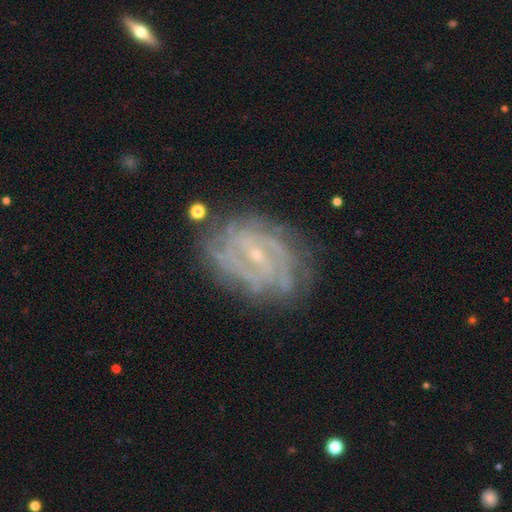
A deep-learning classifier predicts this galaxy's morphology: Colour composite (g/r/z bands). It shows a featured or disk galaxy (85%) with a weak bar (48%), tight (66%) spiral arms (94%) and a small central bulge (81%). Merging: none (74%).